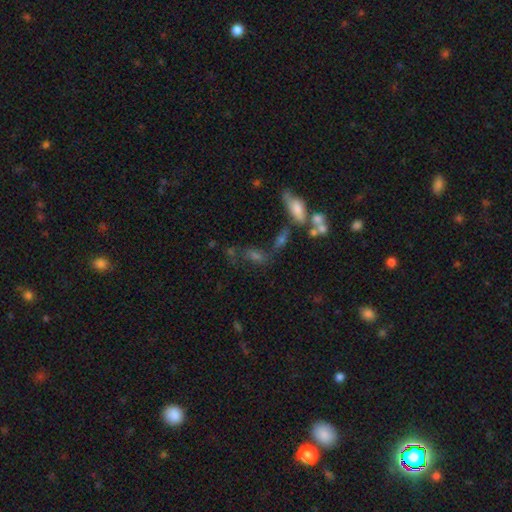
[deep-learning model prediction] A smooth galaxy with no disk features (43%). Merging: none (42%).